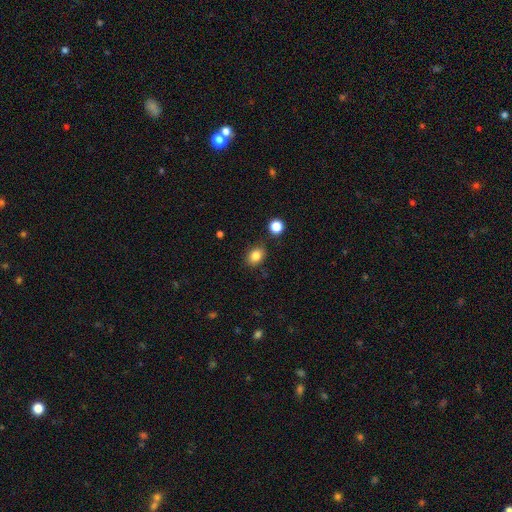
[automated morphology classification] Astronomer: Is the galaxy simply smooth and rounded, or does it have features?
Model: smooth — 83%.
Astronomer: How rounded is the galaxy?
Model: in between — 62%.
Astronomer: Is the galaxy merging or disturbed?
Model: none — 81%.